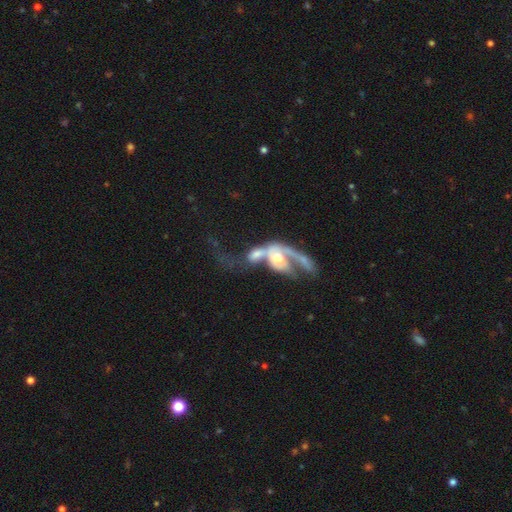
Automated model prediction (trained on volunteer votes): Q: Smooth or featured?
A: featured or disk (75%); runner-up: smooth (15%)
Q: Edge-on disk?
A: no (89%); runner-up: yes (11%)
Q: Bar?
A: no (57%); runner-up: weak (30%)
Q: Spiral arms?
A: yes (71%); runner-up: no (29%)
Q: Bulge size?
A: moderate (47%); runner-up: small (28%)
Q: Merging?
A: merger (62%); runner-up: major disturbance (21%)